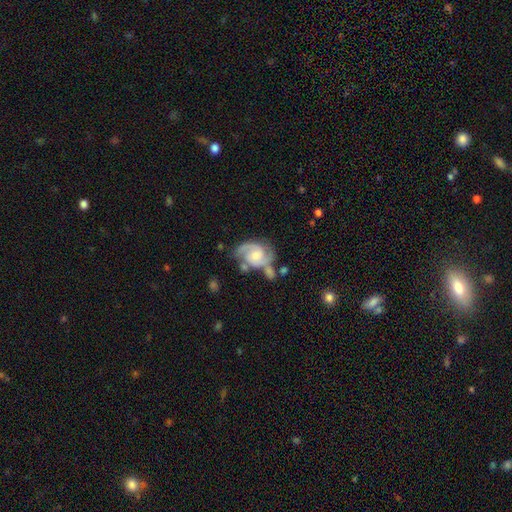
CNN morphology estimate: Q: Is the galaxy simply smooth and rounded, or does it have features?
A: featured or disk — 84%.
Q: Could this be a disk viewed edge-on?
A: no — 98%.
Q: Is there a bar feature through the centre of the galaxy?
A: no — 57%.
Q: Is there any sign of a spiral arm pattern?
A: yes — 96%.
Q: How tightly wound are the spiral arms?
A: medium — 52%.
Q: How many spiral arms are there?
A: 2 — 84%.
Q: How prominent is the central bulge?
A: moderate — 46%.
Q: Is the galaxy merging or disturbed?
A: none — 49%.